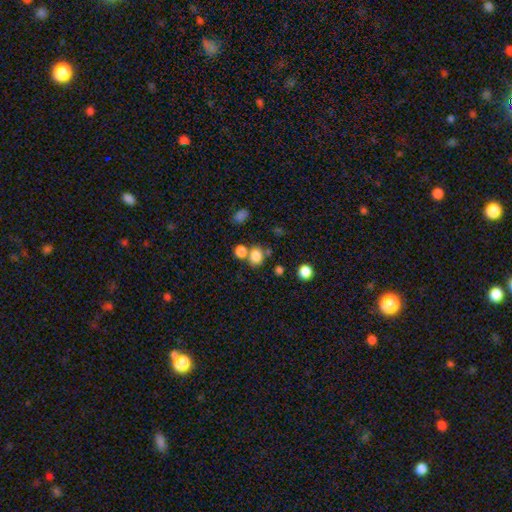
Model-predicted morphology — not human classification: This is clearly a smooth galaxy (81%). How rounded: likely round (66%). Merging: likely none (61%).